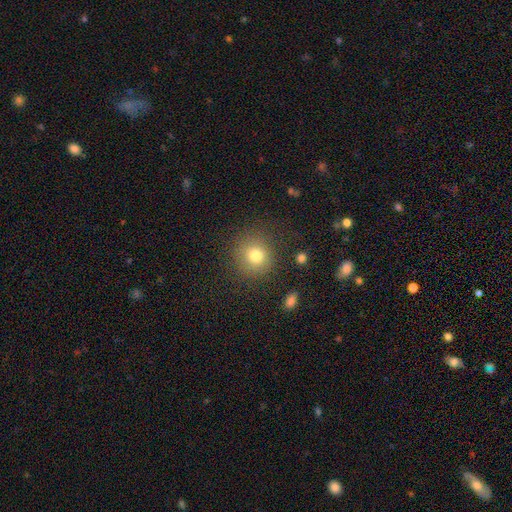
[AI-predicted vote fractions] Smooth or featured: smooth — 78% (star or artifact — 13%)
How rounded: round — 90% (in between — 9%)
Merging: none — 84% (minor disturbance — 10%)